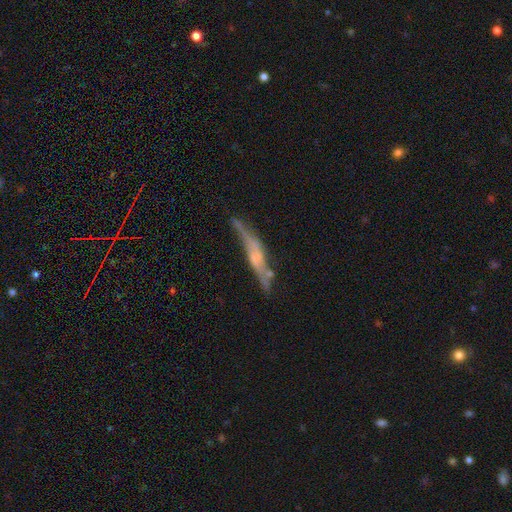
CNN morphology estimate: Smooth or featured?
  - featured or disk: 60% *
  - smooth: 32%
  - star or artifact: 8%
Edge-on disk?
  - yes: 79% *
  - no: 21%
Merging?
  - none: 53% *
  - minor disturbance: 26%
  - major disturbance: 12%
  - merger: 8%